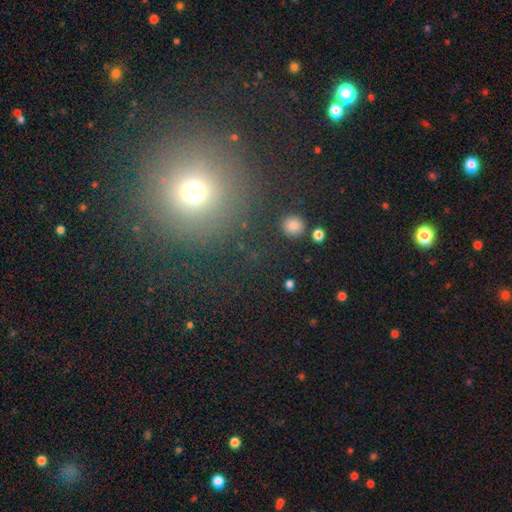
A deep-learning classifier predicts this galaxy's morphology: Smooth or featured? Predicted: smooth (p=0.60). How rounded? Predicted: round (p=0.95). Merging? Predicted: none (p=0.85).